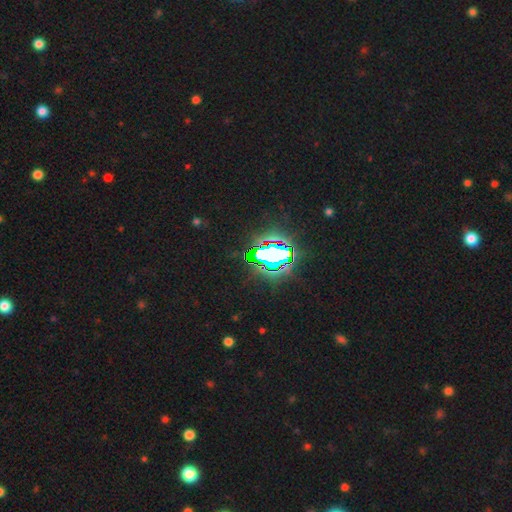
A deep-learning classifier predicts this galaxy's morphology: Smooth or featured? Predicted: star or artifact (p=0.80).